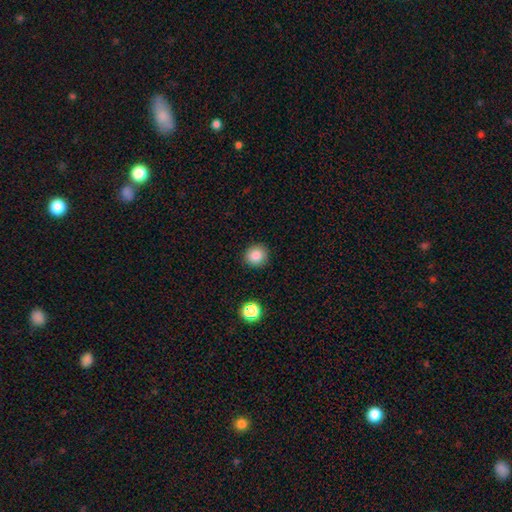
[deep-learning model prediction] Q: Smooth or featured?
A: smooth (85%); runner-up: star or artifact (11%)
Q: How rounded?
A: round (86%); runner-up: in between (13%)
Q: Merging?
A: none (90%); runner-up: minor disturbance (7%)